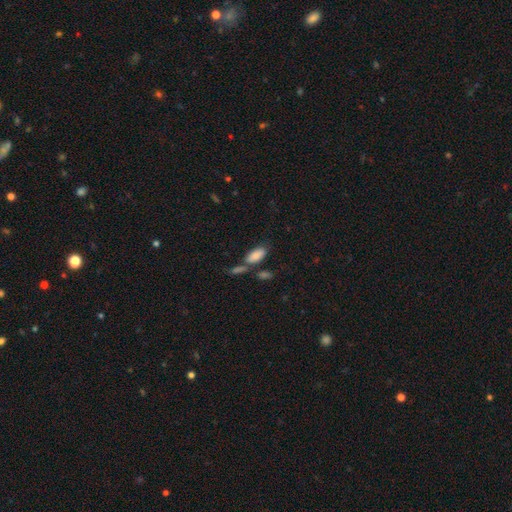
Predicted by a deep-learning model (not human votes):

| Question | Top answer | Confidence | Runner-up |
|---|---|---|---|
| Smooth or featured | smooth | 82% | featured or disk (10%) |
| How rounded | in between | 91% | cigar-shaped (7%) |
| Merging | none | 50% | merger (31%) |